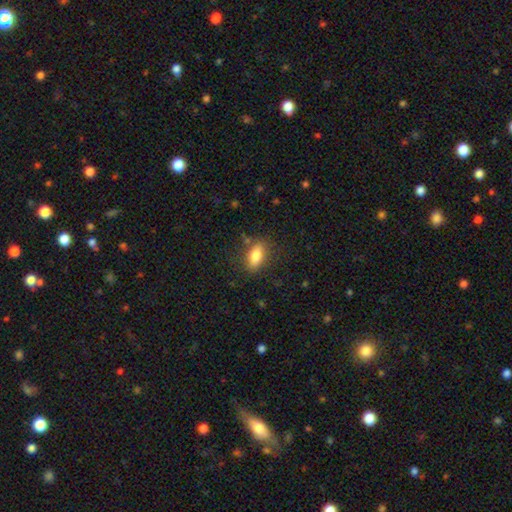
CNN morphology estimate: Overall: smooth (79%). How rounded: in between (83%). Merging: none (79%).